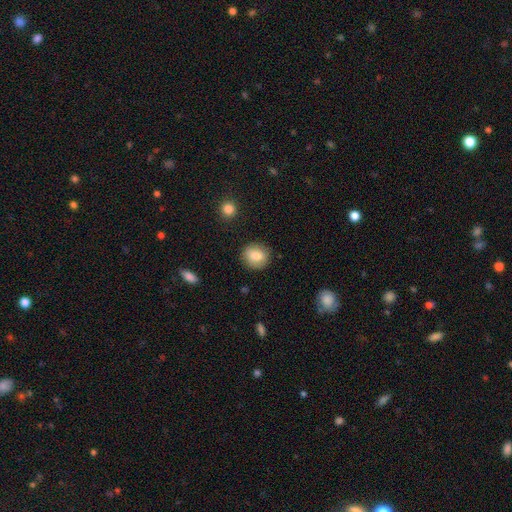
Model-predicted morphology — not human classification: A smooth galaxy with no disk features (82%) that is round (75%). Merging: none (86%).